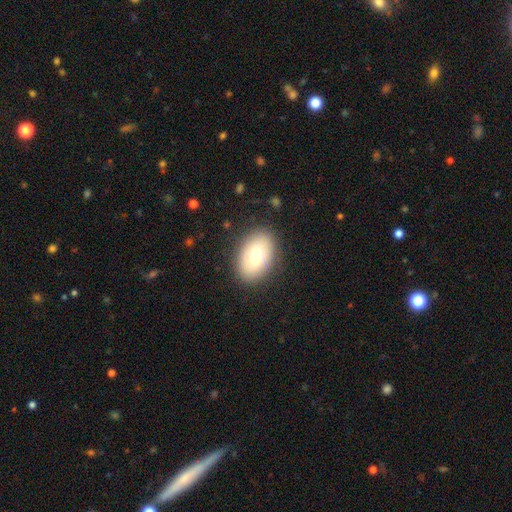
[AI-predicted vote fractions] Overall: smooth (67%). How rounded: in between (90%). Merging: none (86%).